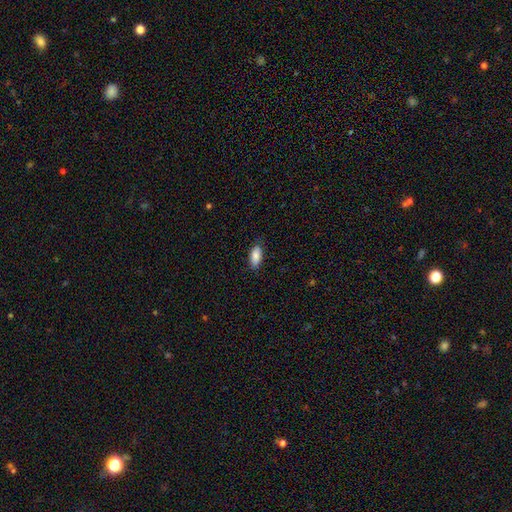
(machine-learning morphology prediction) smooth 86%, featured or disk 7%, star or artifact 7%. Down the decision tree: how rounded — in between (90%); merging — none (82%).